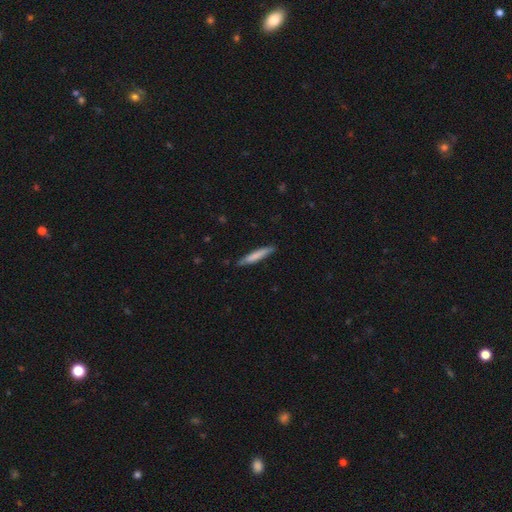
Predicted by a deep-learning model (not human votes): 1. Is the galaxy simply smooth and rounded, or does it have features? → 72% smooth, 23% featured or disk, 5% star or artifact.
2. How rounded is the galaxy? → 92% cigar-shaped, 6% in between, 1% round.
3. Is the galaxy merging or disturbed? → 85% none, 12% minor disturbance, 2% major disturbance, 1% merger.